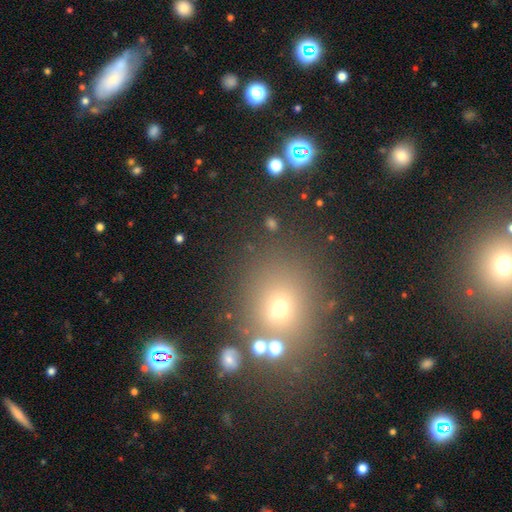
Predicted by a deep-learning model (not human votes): Smooth or featured? smooth (52%)
How rounded? round (63%)
Merging? none (79%)